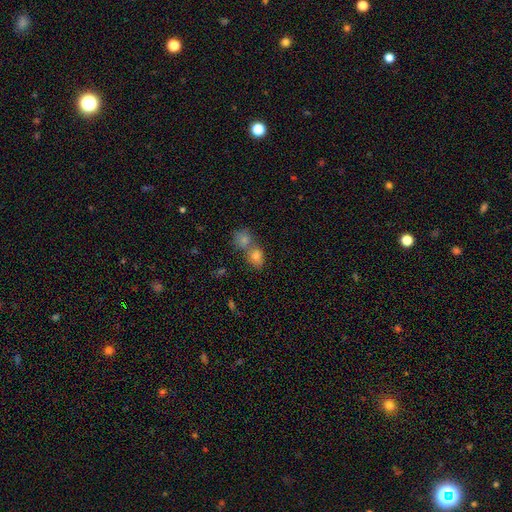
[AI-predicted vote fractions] smooth-or-featured: smooth: 73% | star or artifact: 15% | featured or disk: 11%
  how-rounded: round: 50% | in between: 48% | cigar-shaped: 2%
  merging: merger: 55% | none: 36% | minor disturbance: 7% | major disturbance: 3%